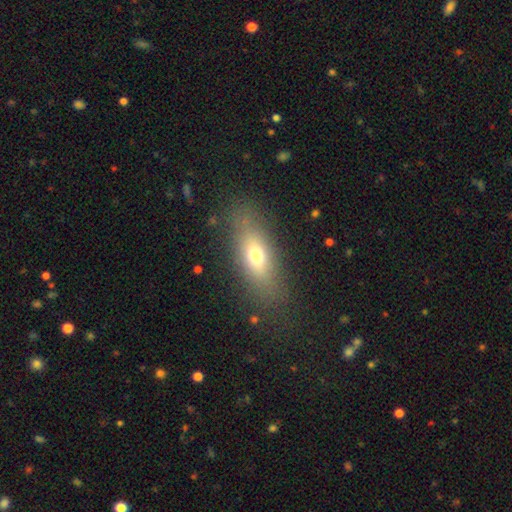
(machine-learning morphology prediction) Overall: smooth (65%). How rounded: in between (66%; cigar-shaped 27%). Merging: none (79%).